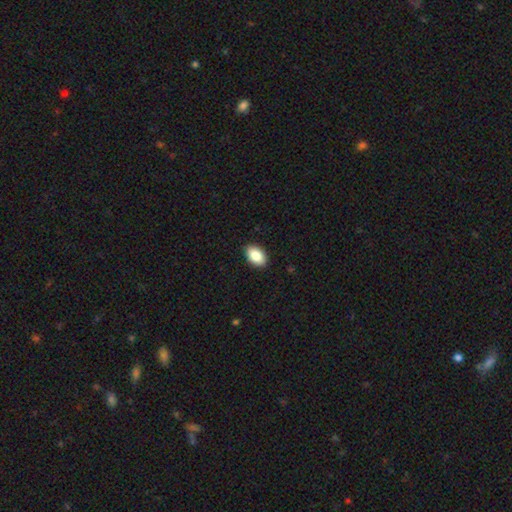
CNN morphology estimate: This appears to be a smooth galaxy with no disk features (88%) that is in between round and cigar-shaped (92%). Merging: none (89%).